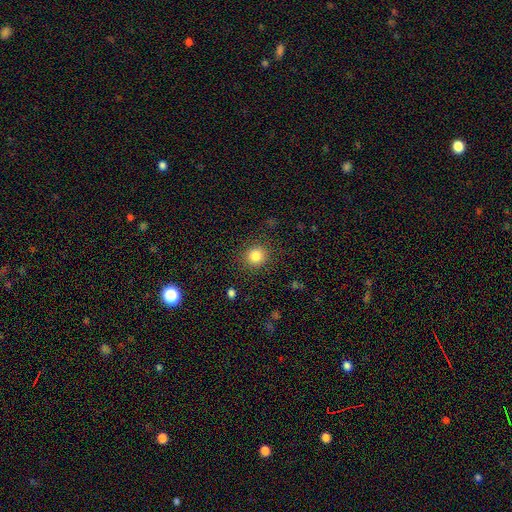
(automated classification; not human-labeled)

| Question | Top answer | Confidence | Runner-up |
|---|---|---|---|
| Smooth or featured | smooth | 83% | star or artifact (12%) |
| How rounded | round | 89% | in between (10%) |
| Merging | none | 88% | minor disturbance (8%) |